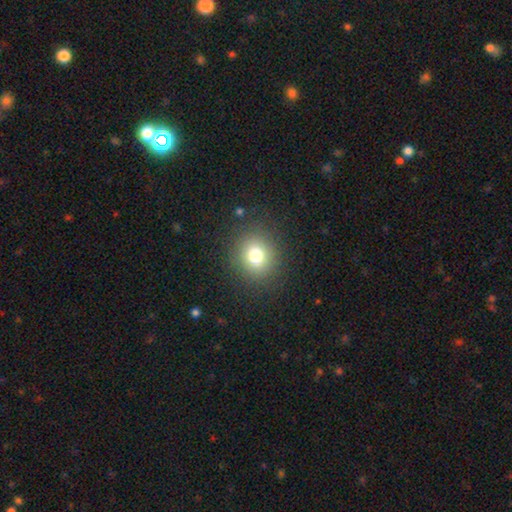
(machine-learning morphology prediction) type=smooth (76%); roundness=round (82%); merging=none (87%).